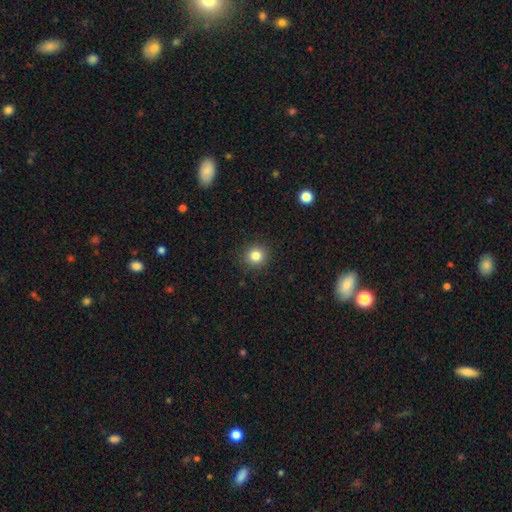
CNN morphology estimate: The model was most divided on "smooth or featured": smooth: 83%, star or artifact: 12%, featured or disk: 5%. More confident: how rounded — round (92%); merging — none (92%).